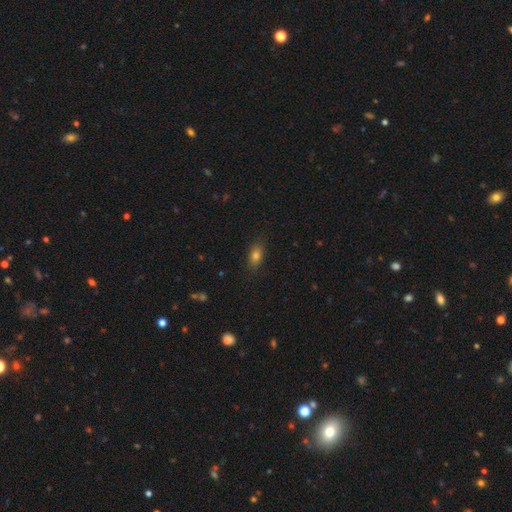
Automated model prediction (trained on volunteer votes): smooth_or_featured: smooth (p=0.78) [alt: star or artifact p=0.12]
how_rounded: in between (p=0.82) [alt: round p=0.11]
merging: none (p=0.83) [alt: minor disturbance p=0.13]